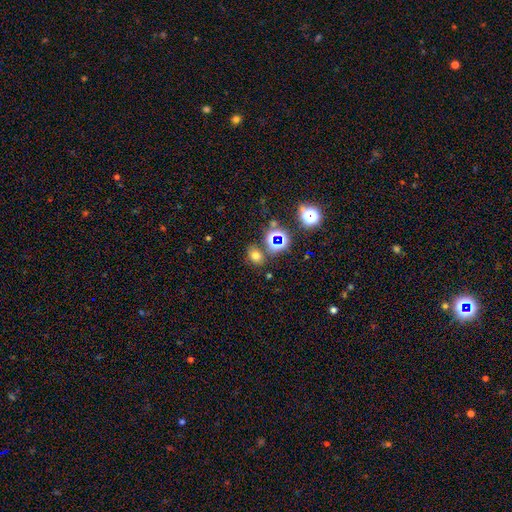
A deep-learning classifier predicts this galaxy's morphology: type=smooth (64%); roundness=in between (57%); merging=none (75%).